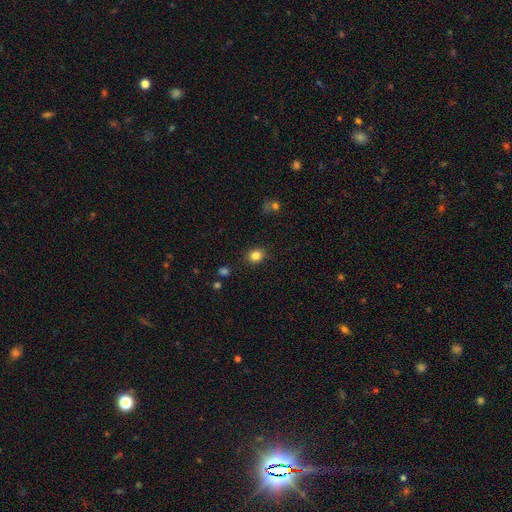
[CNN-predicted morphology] Overall: smooth (84%). How rounded: round (63%; in between 36%). Merging: none (87%).